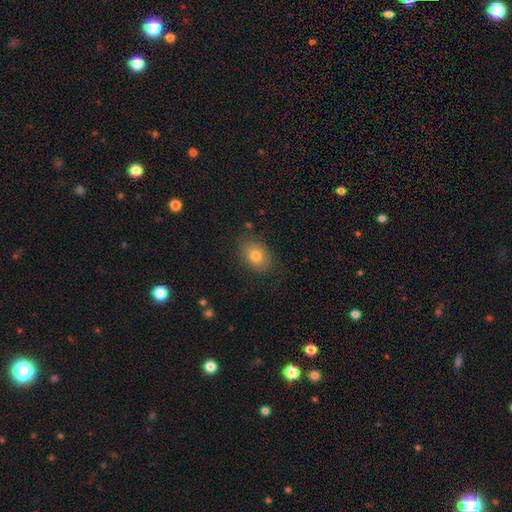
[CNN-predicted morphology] Smooth or featured? smooth (77%)
How rounded? in between (75%)
Merging? none (78%)